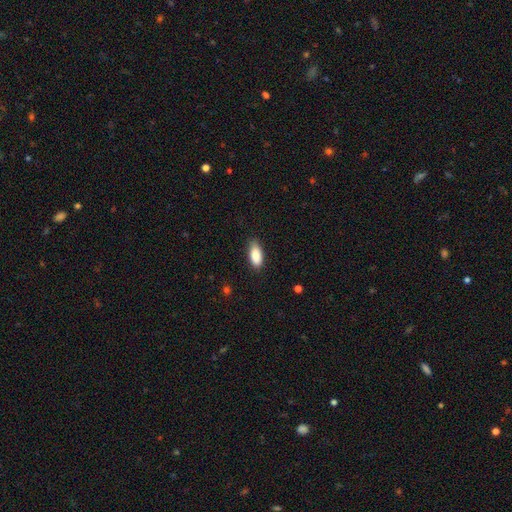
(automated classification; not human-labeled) Smooth or featured? Predicted: smooth (p=0.86). How rounded? Predicted: in between (p=0.87). Merging? Predicted: none (p=0.81).